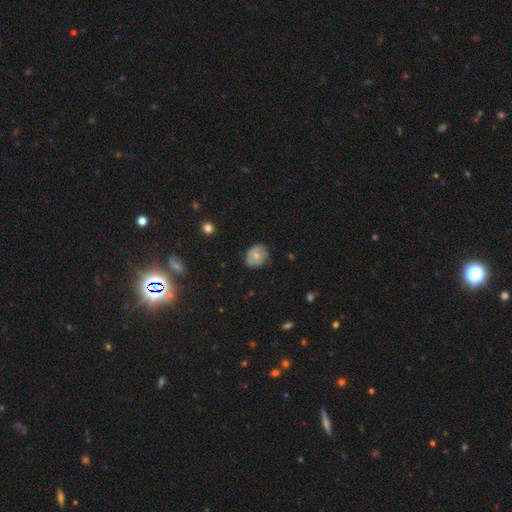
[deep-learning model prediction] smooth-or-featured: smooth: 60% | featured or disk: 31% | star or artifact: 8%
  how-rounded: round: 60% | in between: 39% | cigar-shaped: 1%
  merging: none: 69% | minor disturbance: 25% | major disturbance: 5% | merger: 1%